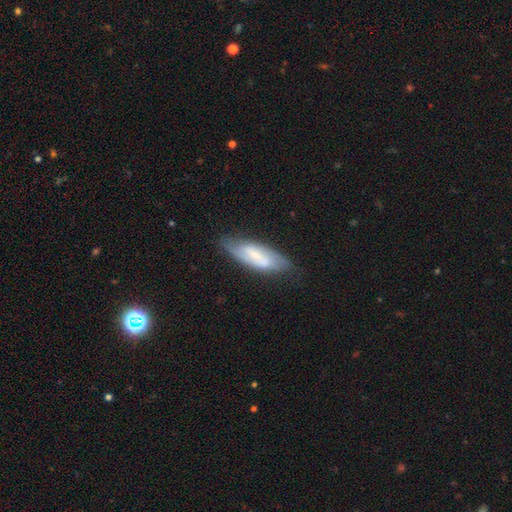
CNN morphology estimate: The model was most divided on "smooth or featured": featured or disk: 54%, smooth: 38%, star or artifact: 7%. More confident: edge-on disk — no (76%); merging — none (71%).